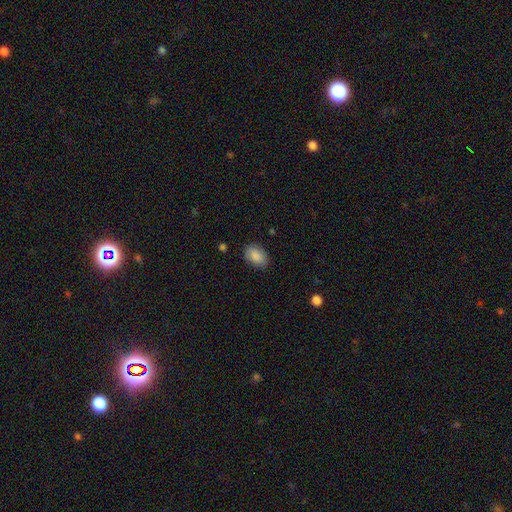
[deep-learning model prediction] Smooth or featured? Predicted: smooth (p=0.88). How rounded? Predicted: in between (p=0.84). Merging? Predicted: none (p=0.81).